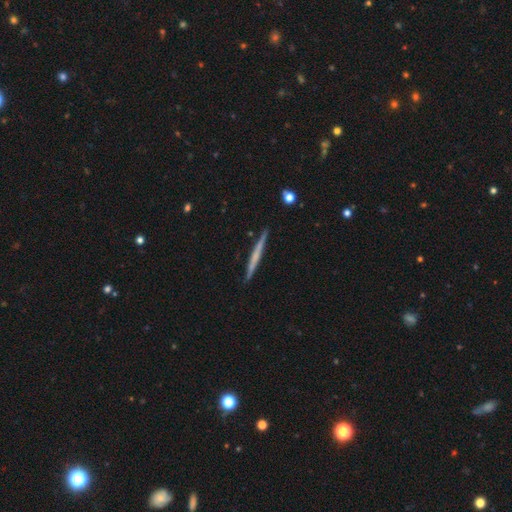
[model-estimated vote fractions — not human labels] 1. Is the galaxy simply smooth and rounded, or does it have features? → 57% featured or disk, 38% smooth, 5% star or artifact.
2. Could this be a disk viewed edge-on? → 98% yes, 2% no.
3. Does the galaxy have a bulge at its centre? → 77% none, 17% rounded, 7% boxy.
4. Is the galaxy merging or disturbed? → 91% none, 6% minor disturbance, 1% merger, 1% major disturbance.